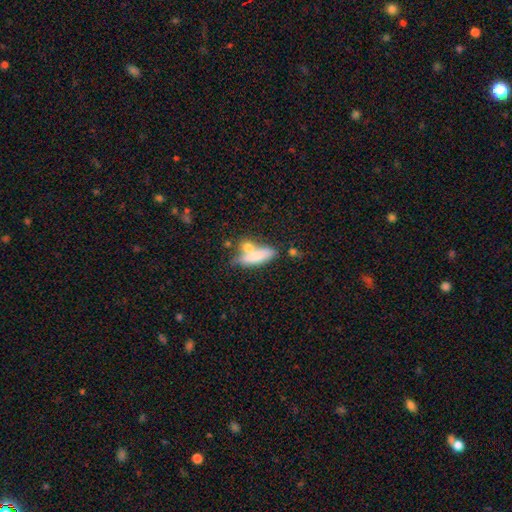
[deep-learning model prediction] Overall: smooth (73%). How rounded: in between (48%; cigar-shaped 47%). Merging: none (43%; merger 35%).